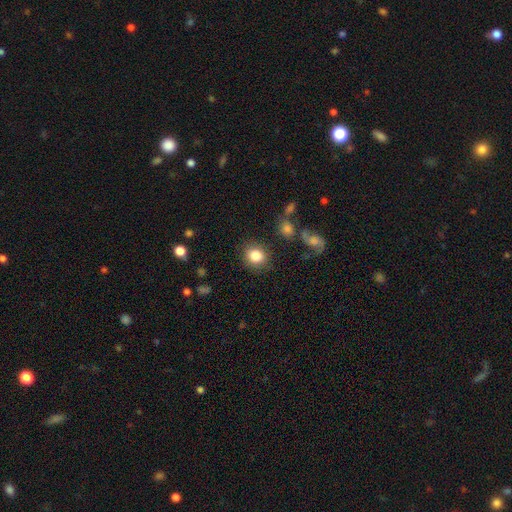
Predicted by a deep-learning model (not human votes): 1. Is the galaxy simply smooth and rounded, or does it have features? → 84% smooth, 9% star or artifact, 7% featured or disk.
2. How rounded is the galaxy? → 76% round, 23% in between, 1% cigar-shaped.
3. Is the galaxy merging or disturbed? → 84% none, 10% minor disturbance, 4% major disturbance, 2% merger.